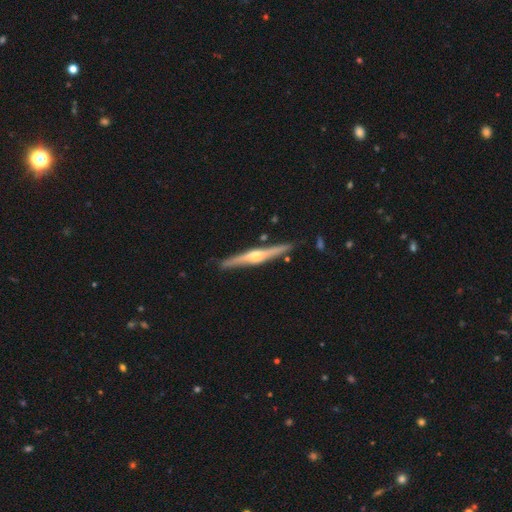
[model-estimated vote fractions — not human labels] featured or disk 79%, smooth 16%, star or artifact 5%. Down the decision tree: edge-on disk — yes (98%); edge-on bulge — rounded (93%); merging — none (87%).